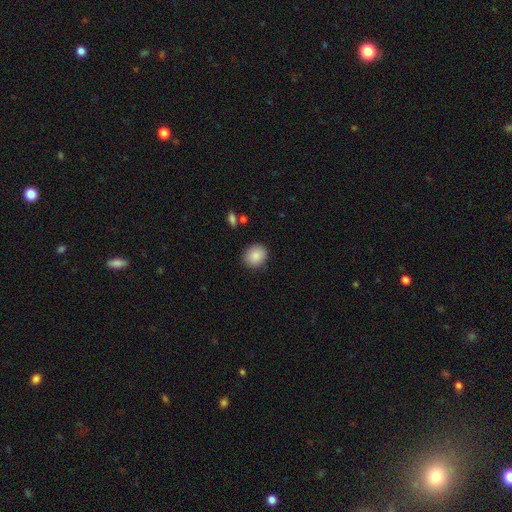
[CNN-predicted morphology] This is clearly a smooth galaxy (87%). How rounded: likely round (64%). Merging: clearly none (87%).